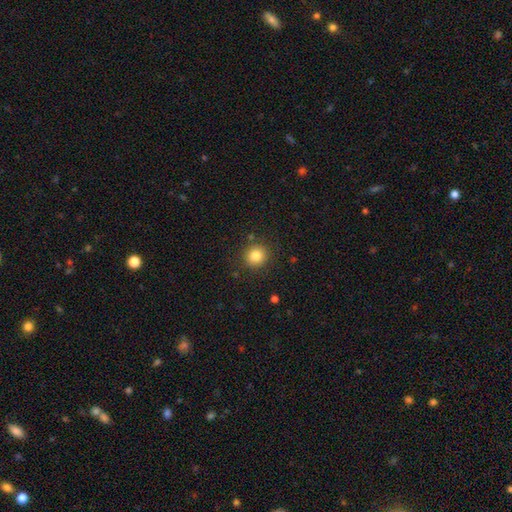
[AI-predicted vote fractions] Smooth or featured? smooth (82%)
How rounded? round (91%)
Merging? none (88%)